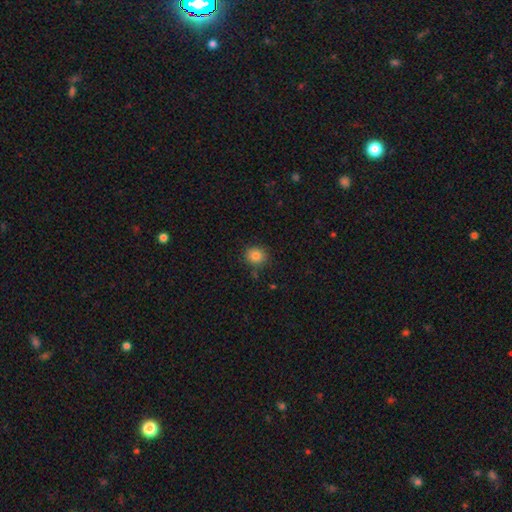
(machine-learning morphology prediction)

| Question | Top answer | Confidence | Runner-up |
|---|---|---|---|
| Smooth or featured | smooth | 83% | star or artifact (10%) |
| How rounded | round | 76% | in between (23%) |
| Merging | none | 85% | minor disturbance (10%) |